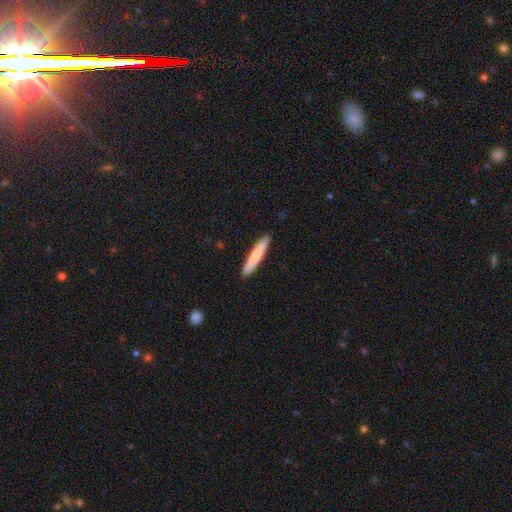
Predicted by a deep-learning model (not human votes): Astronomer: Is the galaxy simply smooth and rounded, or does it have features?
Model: smooth — 75%.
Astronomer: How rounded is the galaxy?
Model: cigar-shaped — 93%.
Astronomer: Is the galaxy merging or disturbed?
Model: none — 91%.